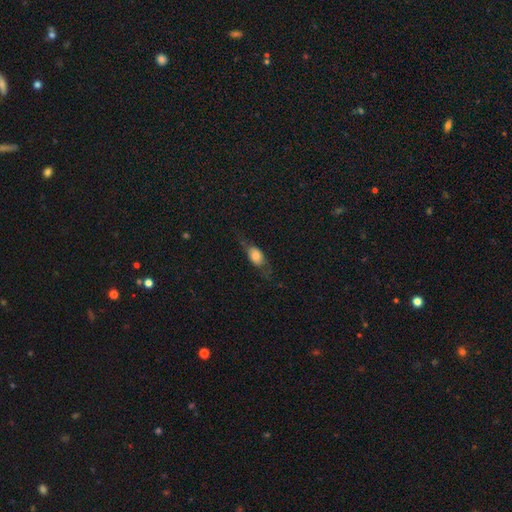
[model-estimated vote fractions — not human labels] smooth-or-featured: smooth: 58% | featured or disk: 34% | star or artifact: 8%
  how-rounded: in between: 74% | cigar-shaped: 14% | round: 13%
  merging: none: 59% | minor disturbance: 23% | major disturbance: 16% | merger: 2%